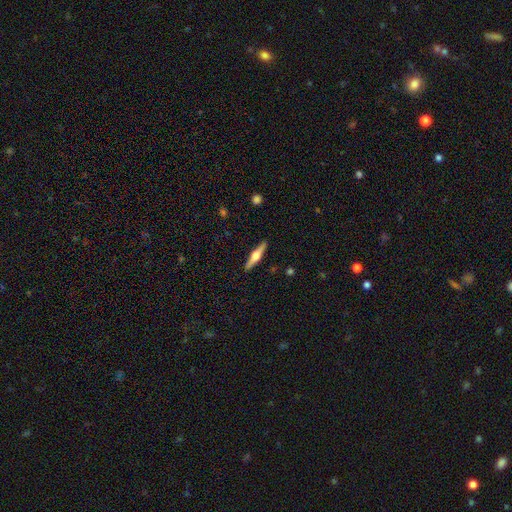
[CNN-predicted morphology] featured or disk 67%, smooth 28%, star or artifact 5%. Down the decision tree: edge-on disk — yes (97%); edge-on bulge — rounded (93%); merging — none (91%).